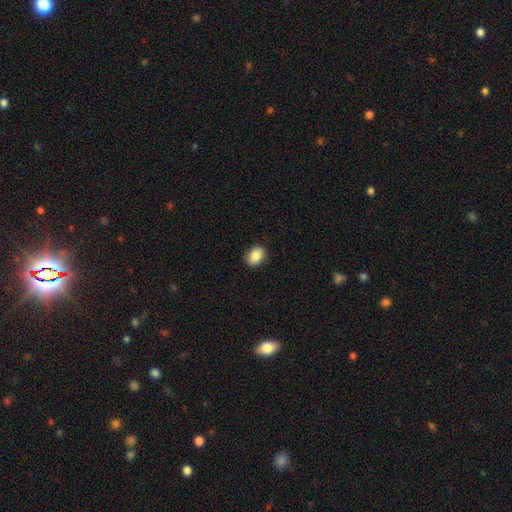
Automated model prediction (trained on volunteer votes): smooth-or-featured: smooth: 86% | star or artifact: 8% | featured or disk: 6%
  how-rounded: in between: 64% | round: 35% | cigar-shaped: 1%
  merging: none: 90% | minor disturbance: 8% | major disturbance: 2% | merger: 1%